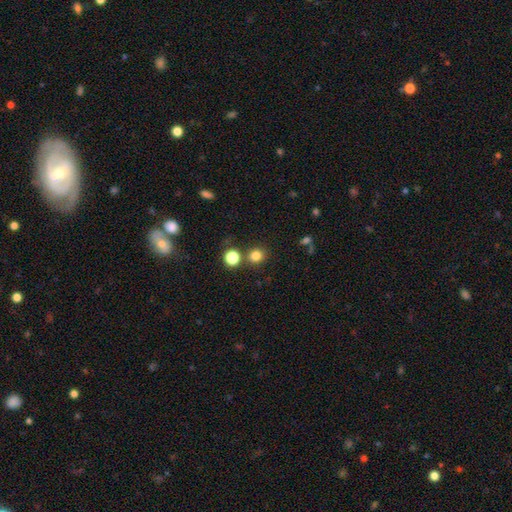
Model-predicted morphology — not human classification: Smooth or featured? smooth (81%)
How rounded? round (87%)
Merging? none (77%)